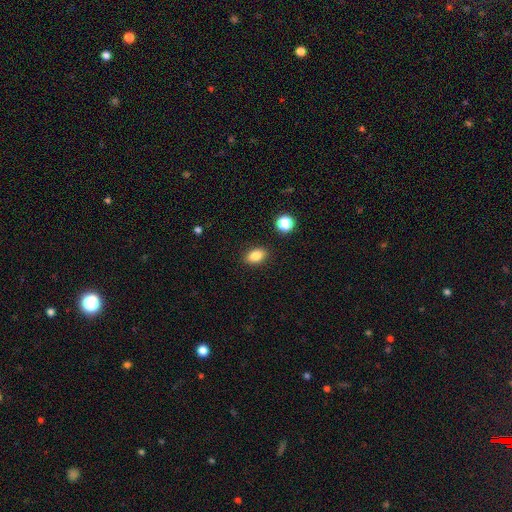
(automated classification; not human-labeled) smooth 85%, star or artifact 10%, featured or disk 5%. Down the decision tree: how rounded — in between (85%); merging — none (88%).